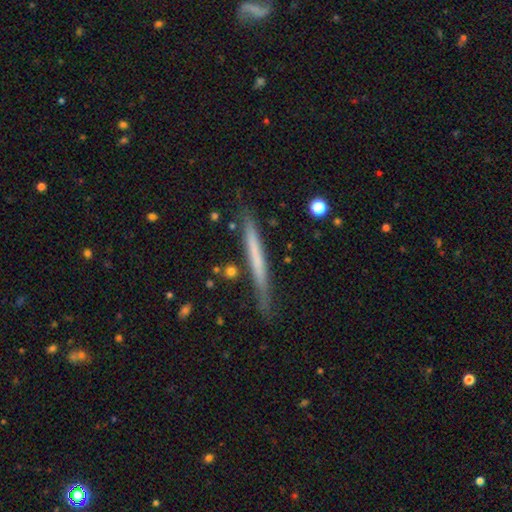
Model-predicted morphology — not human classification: This appears to be a smooth galaxy with no disk features (49%). Merging: none (83%).